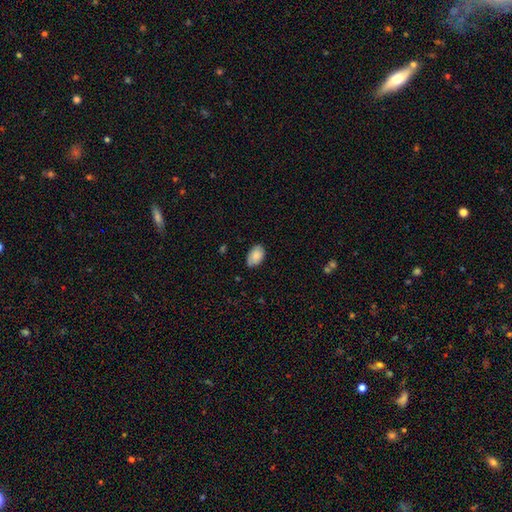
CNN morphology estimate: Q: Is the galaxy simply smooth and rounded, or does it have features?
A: smooth — 85%.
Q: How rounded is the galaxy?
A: in between — 90%.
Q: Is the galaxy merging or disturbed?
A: none — 77%.